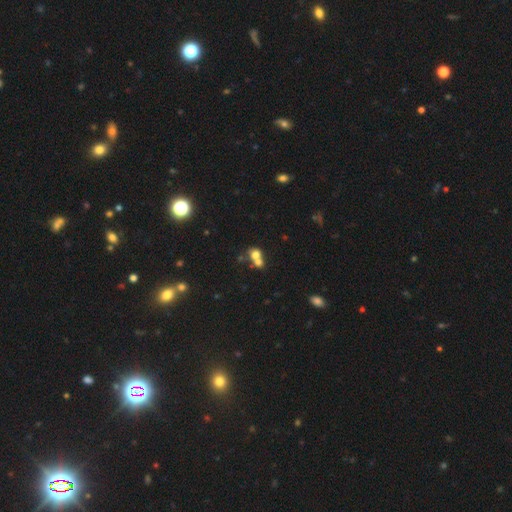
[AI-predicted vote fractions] This appears to be a smooth galaxy with no disk features (67%) that is round (71%). Merging: merger (62%).